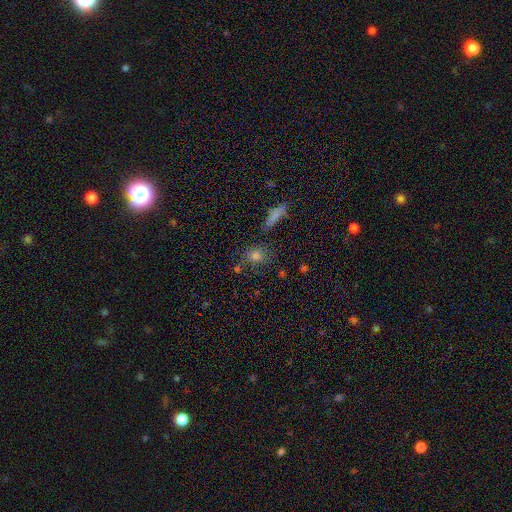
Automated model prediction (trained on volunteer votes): Q: Smooth or featured?
A: smooth (69%); runner-up: star or artifact (19%)
Q: How rounded?
A: round (63%); runner-up: in between (32%)
Q: Merging?
A: none (73%); runner-up: minor disturbance (15%)